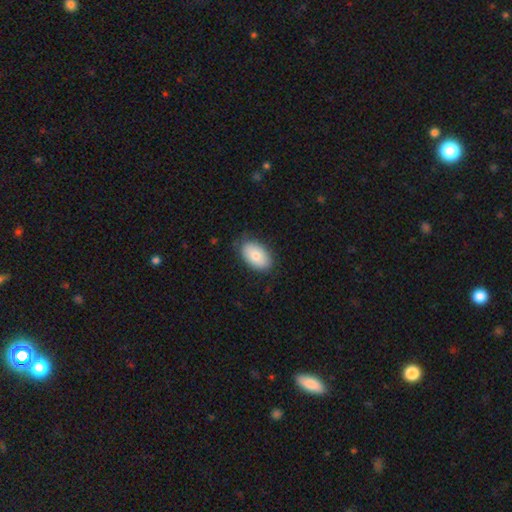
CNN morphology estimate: smooth_or_featured: smooth (p=0.79) [alt: featured or disk p=0.14]
how_rounded: in between (p=0.92) [alt: round p=0.07]
merging: none (p=0.82) [alt: minor disturbance p=0.14]